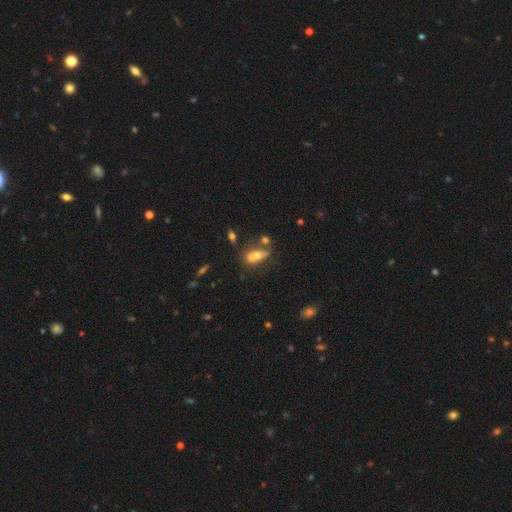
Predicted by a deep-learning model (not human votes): Smooth or featured: smooth — 54% (featured or disk — 35%)
How rounded: in between — 64% (cigar-shaped — 29%)
Merging: none — 46% (merger — 32%)